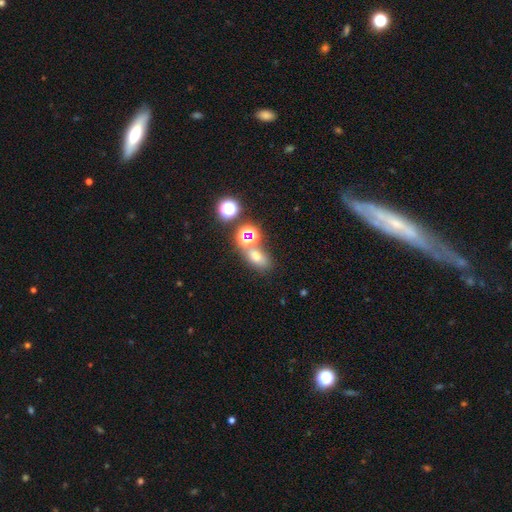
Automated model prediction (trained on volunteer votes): Morphology: type=smooth (57%); roundness=in between (67%); merging=none (59%).